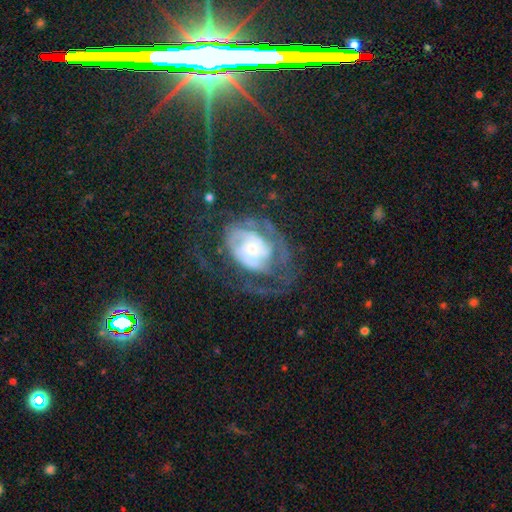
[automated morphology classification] Smooth or featured? Predicted: featured or disk (p=0.81). Edge-on disk? Predicted: no (p=0.97). Bar? Predicted: no (p=0.70). Spiral arms? Predicted: yes (p=0.86). Spiral winding? Predicted: tight (p=0.47). Spiral arm count? Predicted: can't tell (p=0.35). Bulge size? Predicted: small (p=0.60). Merging? Predicted: none (p=0.41).